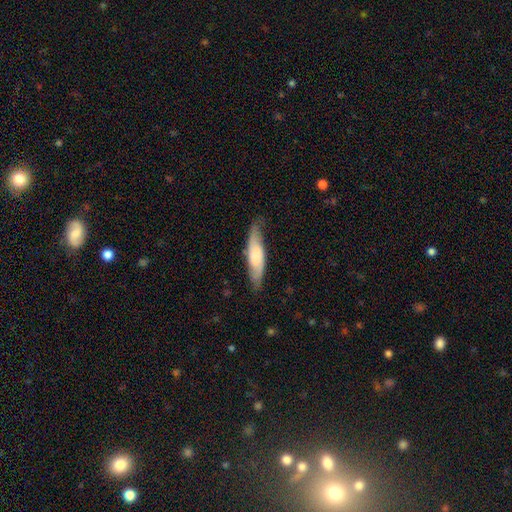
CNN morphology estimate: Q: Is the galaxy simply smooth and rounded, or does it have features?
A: smooth — 56%.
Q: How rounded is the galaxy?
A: cigar-shaped — 65%.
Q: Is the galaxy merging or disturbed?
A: none — 75%.